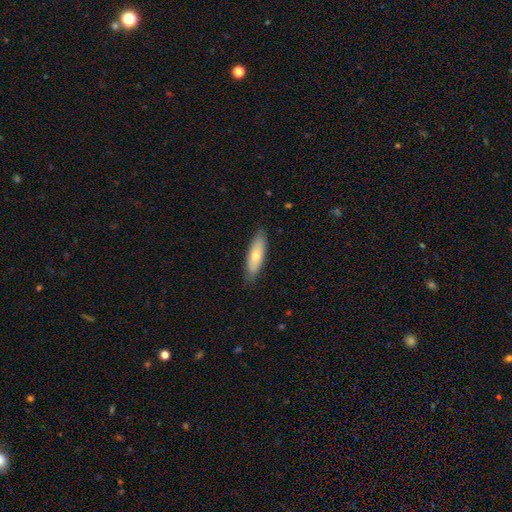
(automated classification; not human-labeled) A smooth galaxy with no disk features (66%) that is cigar-shaped (51%). Merging: none (84%).